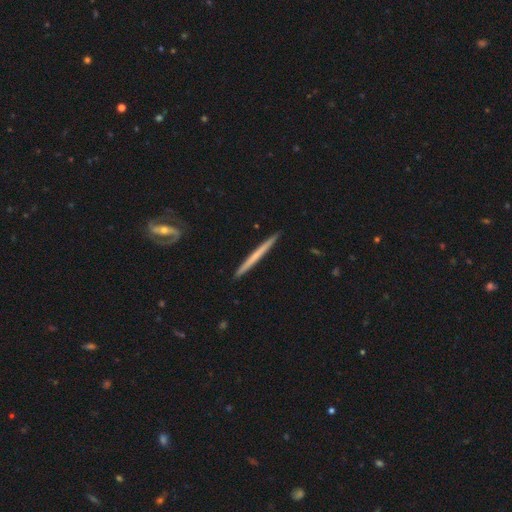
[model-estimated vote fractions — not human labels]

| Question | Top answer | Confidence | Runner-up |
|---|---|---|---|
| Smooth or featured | featured or disk | 56% | smooth (40%) |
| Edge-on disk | yes | 97% | no (3%) |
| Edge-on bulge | none | 84% | rounded (12%) |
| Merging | none | 93% | minor disturbance (5%) |